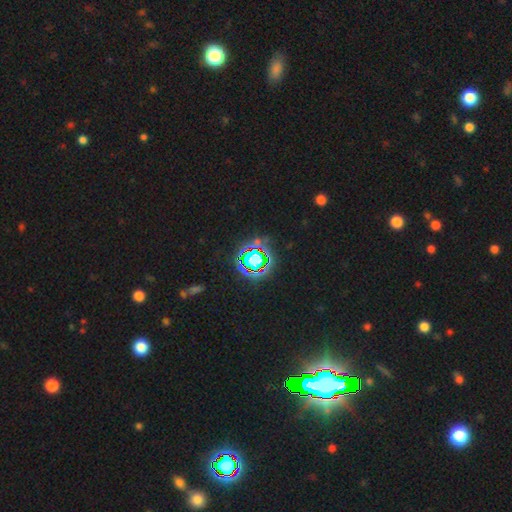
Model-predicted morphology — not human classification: star or artifact 71%, smooth 17%, featured or disk 12%.